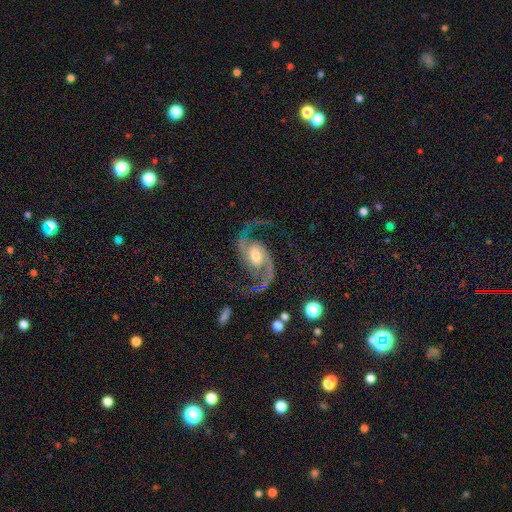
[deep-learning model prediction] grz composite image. It shows a featured or disk galaxy (94%) with no bar (52%), 2 (94%) medium (55%) spiral arms (99%) and a moderate central bulge (62%). Merging: none (78%).